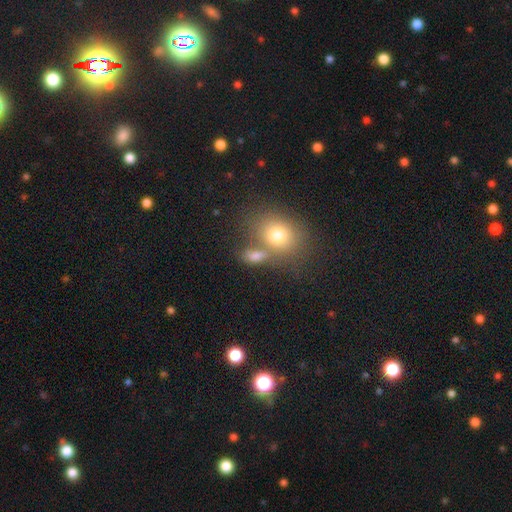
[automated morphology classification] Smooth or featured? Predicted: smooth (p=0.75). How rounded? Predicted: in between (p=0.69). Merging? Predicted: none (p=0.48).